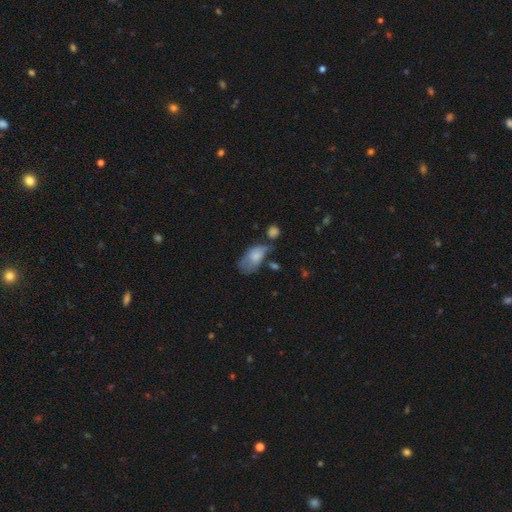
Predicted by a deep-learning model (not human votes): smooth_or_featured: smooth (p=0.74) [alt: featured or disk p=0.18]
how_rounded: in between (p=0.91) [alt: round p=0.06]
merging: minor disturbance (p=0.31) [alt: none p=0.27]